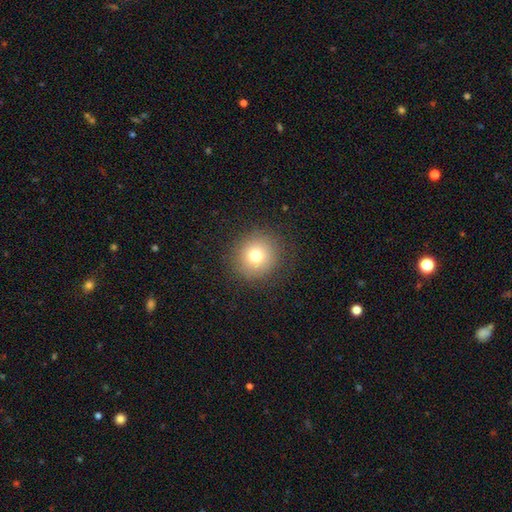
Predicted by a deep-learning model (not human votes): Morphology: type=smooth (76%); roundness=round (92%); merging=none (88%).